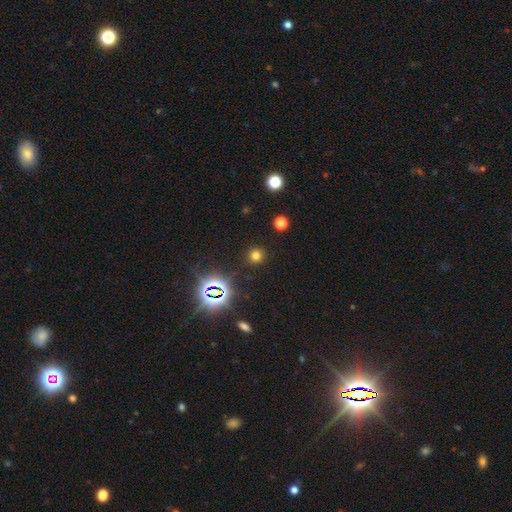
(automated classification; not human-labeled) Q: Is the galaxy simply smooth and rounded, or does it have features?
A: smooth — 69%.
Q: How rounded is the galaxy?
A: round — 92%.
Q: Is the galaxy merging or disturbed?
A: none — 90%.